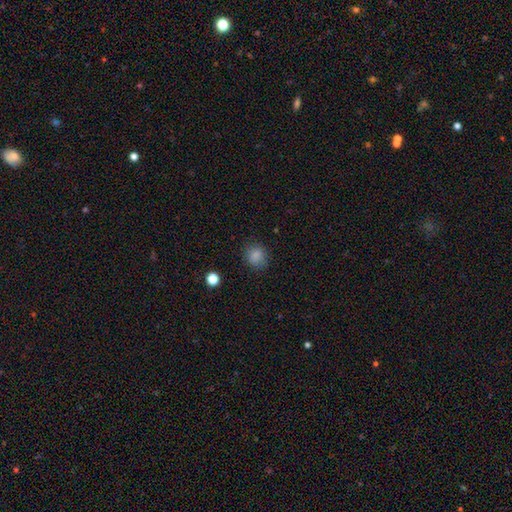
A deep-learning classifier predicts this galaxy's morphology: Smooth or featured? Predicted: smooth (p=0.84). How rounded? Predicted: round (p=0.71). Merging? Predicted: none (p=0.83).